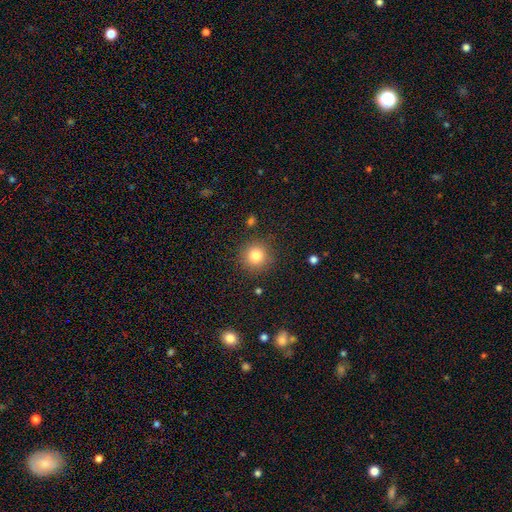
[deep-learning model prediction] This is clearly a smooth galaxy (82%). How rounded: clearly round (94%). Merging: clearly none (87%).